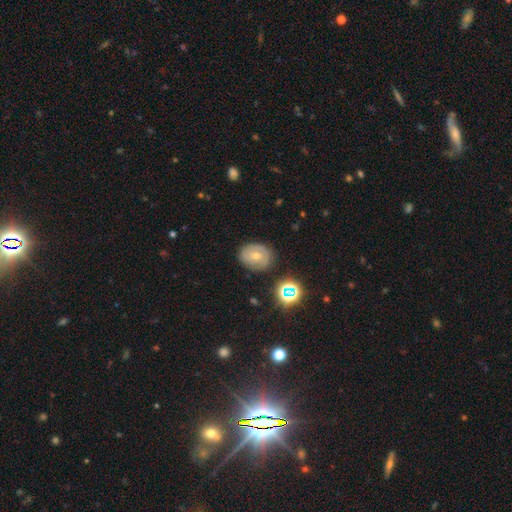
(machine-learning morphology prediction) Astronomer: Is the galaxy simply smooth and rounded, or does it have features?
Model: smooth — 51% (runner-up: featured or disk, 35%).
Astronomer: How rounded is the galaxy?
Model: round — 50% (runner-up: in between, 49%).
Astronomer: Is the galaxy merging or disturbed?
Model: none — 78%.